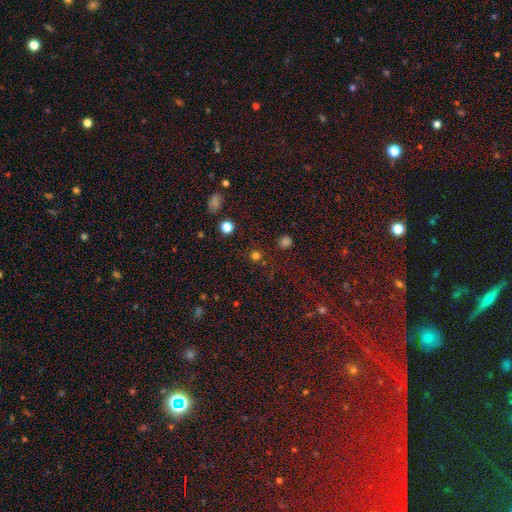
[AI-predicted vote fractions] Smooth or featured? smooth (70%)
How rounded? round (93%)
Merging? none (87%)